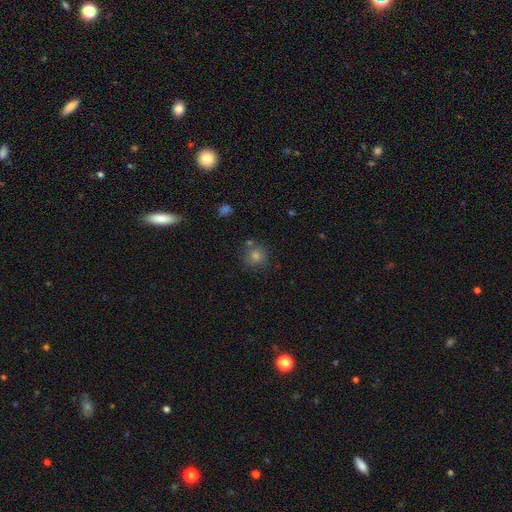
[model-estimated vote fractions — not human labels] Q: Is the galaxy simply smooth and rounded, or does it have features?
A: smooth — 71%.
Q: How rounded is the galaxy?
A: round — 91%.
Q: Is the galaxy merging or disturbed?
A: none — 79%.